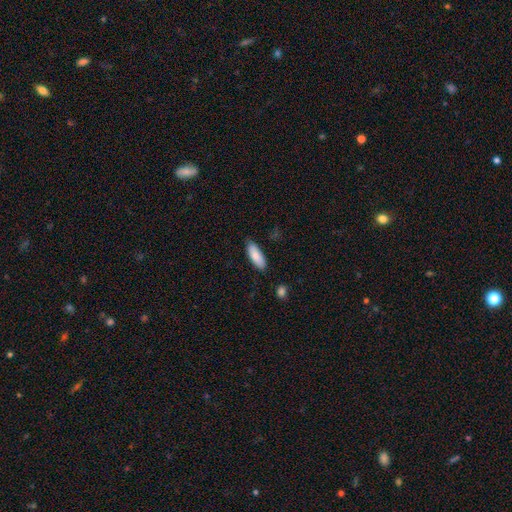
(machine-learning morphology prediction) Smooth or featured? Predicted: smooth (p=0.84). How rounded? Predicted: in between (p=0.69). Merging? Predicted: none (p=0.84).